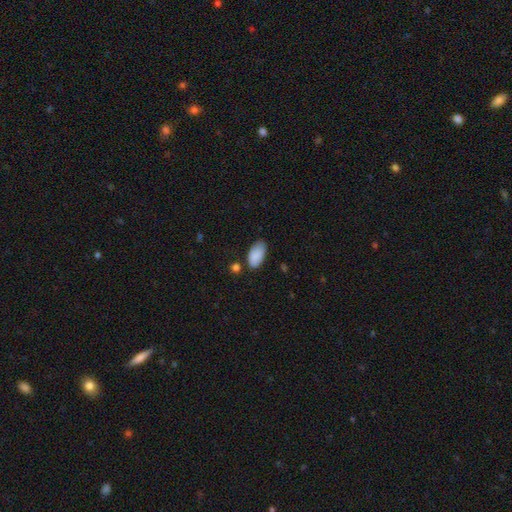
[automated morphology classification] Smooth or featured? smooth (89%)
How rounded? in between (95%)
Merging? none (71%)